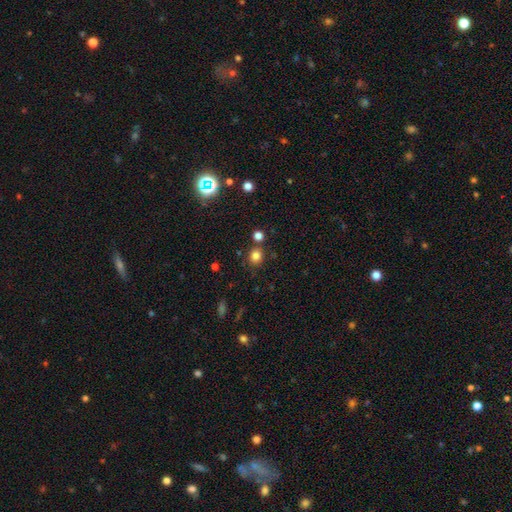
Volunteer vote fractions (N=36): Overall: smooth (92%). How rounded: round (79%). Merging: none (92%).